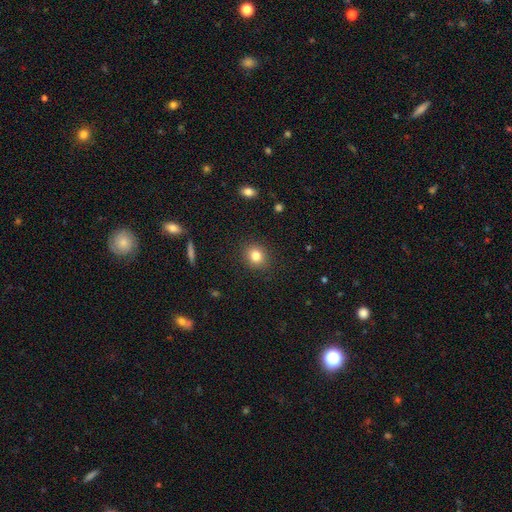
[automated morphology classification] This is clearly a smooth galaxy (81%). How rounded: likely round (75%). Merging: clearly none (89%).